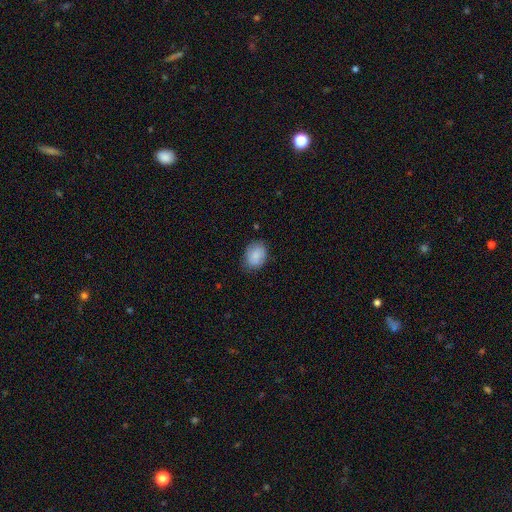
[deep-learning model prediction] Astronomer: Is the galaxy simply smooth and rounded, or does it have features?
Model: smooth — 84%.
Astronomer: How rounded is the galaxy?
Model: in between — 57% (runner-up: round, 42%).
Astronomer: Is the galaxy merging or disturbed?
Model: none — 76%.